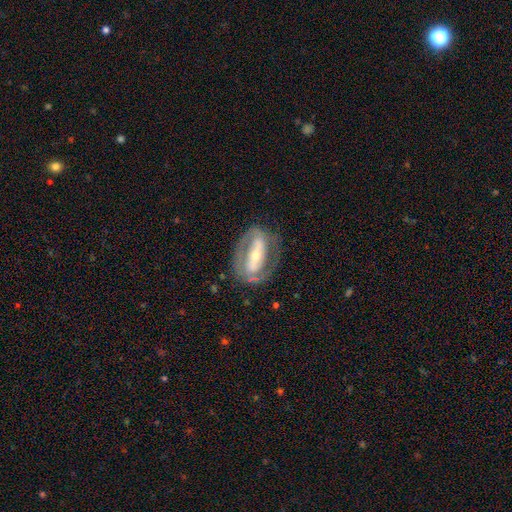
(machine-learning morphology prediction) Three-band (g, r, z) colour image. It shows a featured or disk galaxy (79%) with a strong bar (57%), spiral arms (60%) and a moderate central bulge (49%). Merging: none (73%).